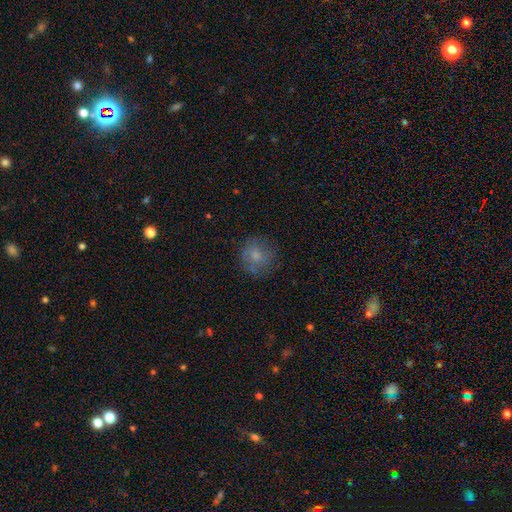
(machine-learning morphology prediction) Smooth or featured: smooth — 71% (featured or disk — 19%)
How rounded: round — 86% (in between — 13%)
Merging: none — 73% (minor disturbance — 17%)